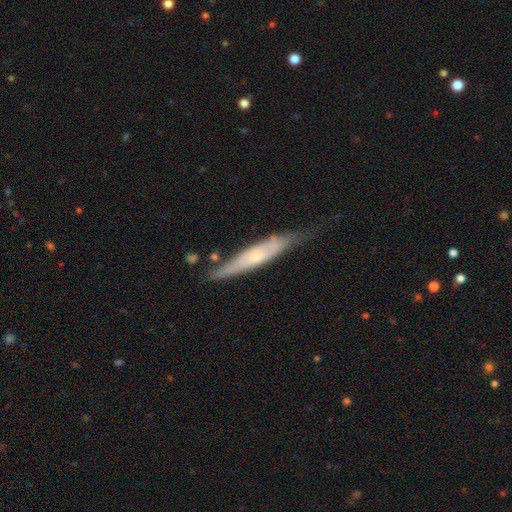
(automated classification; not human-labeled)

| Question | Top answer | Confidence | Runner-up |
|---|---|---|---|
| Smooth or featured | featured or disk | 57% | smooth (37%) |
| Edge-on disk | yes | 71% | no (29%) |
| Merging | none | 55% | minor disturbance (31%) |